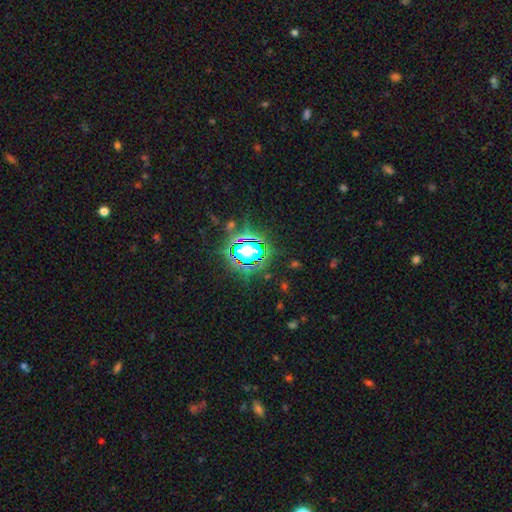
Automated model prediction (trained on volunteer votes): star or artifact 76%, smooth 15%, featured or disk 9%.